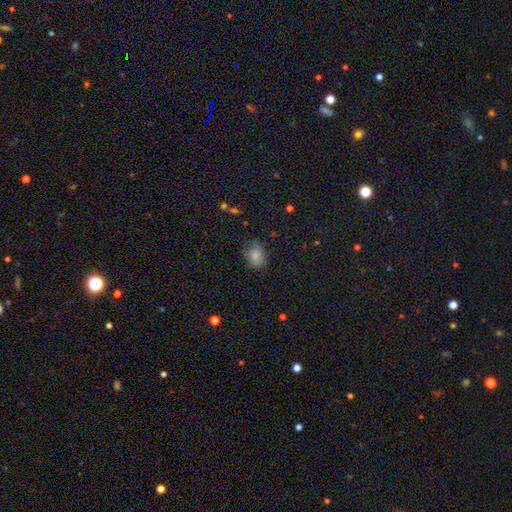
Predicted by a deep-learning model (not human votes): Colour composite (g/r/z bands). It shows a smooth galaxy with no disk features (81%) that is in between round and cigar-shaped (75%). Merging: none (68%).